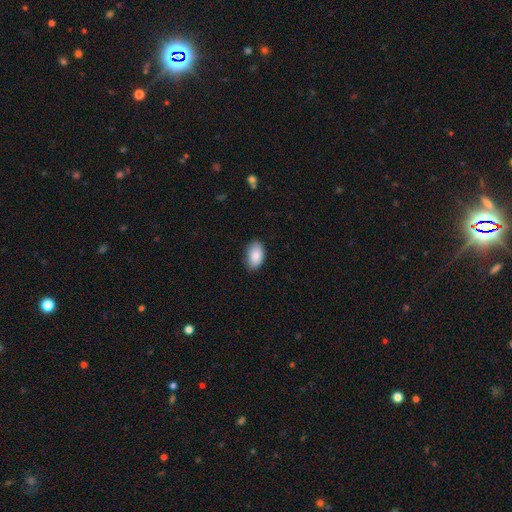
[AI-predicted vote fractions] The model was most divided on "merging": none: 83%, minor disturbance: 14%, major disturbance: 2%, merger: 1%. More confident: how rounded — in between (94%); smooth or featured — smooth (88%).